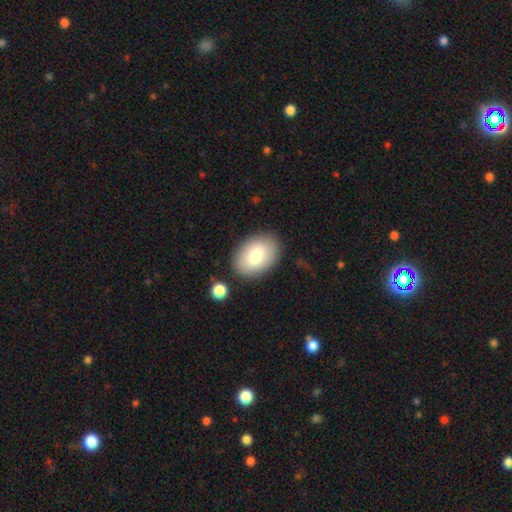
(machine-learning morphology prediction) The model was most divided on "smooth or featured": smooth: 80%, featured or disk: 13%, star or artifact: 7%. More confident: how rounded — in between (86%); merging — none (85%).